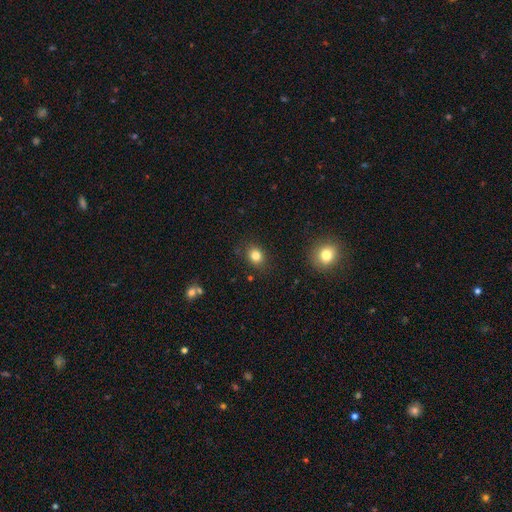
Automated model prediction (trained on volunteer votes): smooth_or_featured: smooth (p=0.81) [alt: star or artifact p=0.12]
how_rounded: round (p=0.63) [alt: in between p=0.36]
merging: none (p=0.85) [alt: minor disturbance p=0.10]